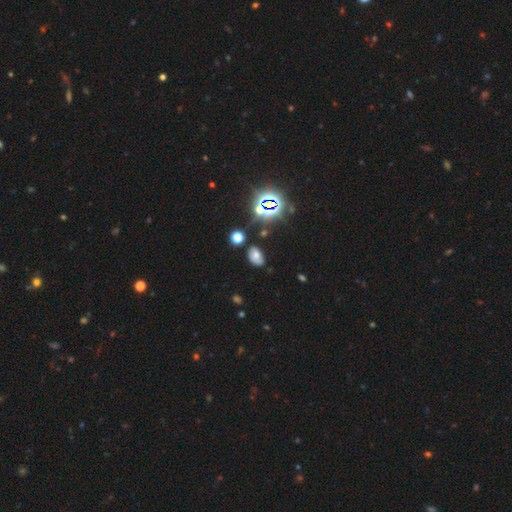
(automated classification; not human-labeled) This is possibly a smooth galaxy (53%). How rounded: clearly in between (88%). Merging: likely none (68%).